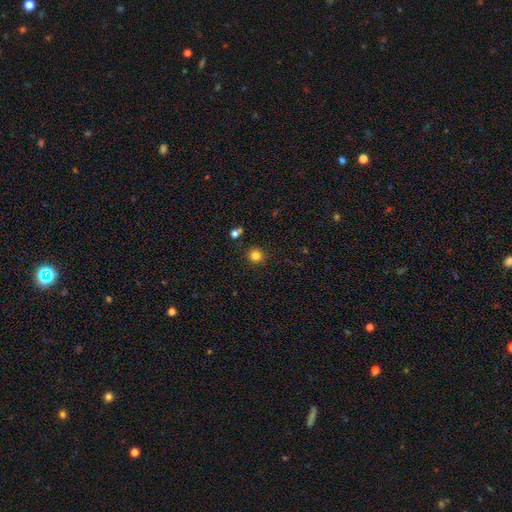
Q: Smooth or featured?
A: smooth (90%); runner-up: star or artifact (8%)
Q: How rounded?
A: round (94%); runner-up: in between (6%)
Q: Merging?
A: none (95%); runner-up: major disturbance (3%)